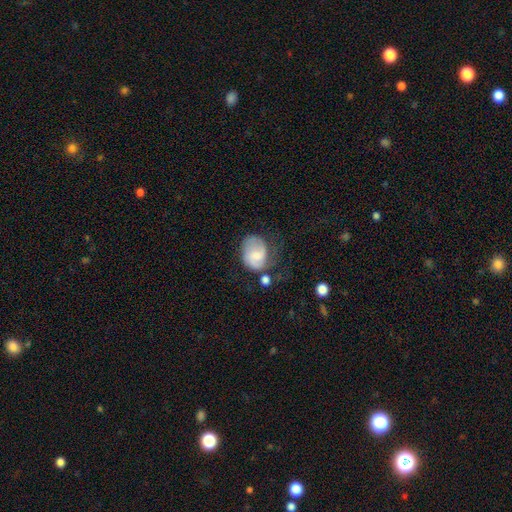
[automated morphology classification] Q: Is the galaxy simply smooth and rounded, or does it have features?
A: smooth — 60%.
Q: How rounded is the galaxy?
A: in between — 56%.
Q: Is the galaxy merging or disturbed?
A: none — 36%.